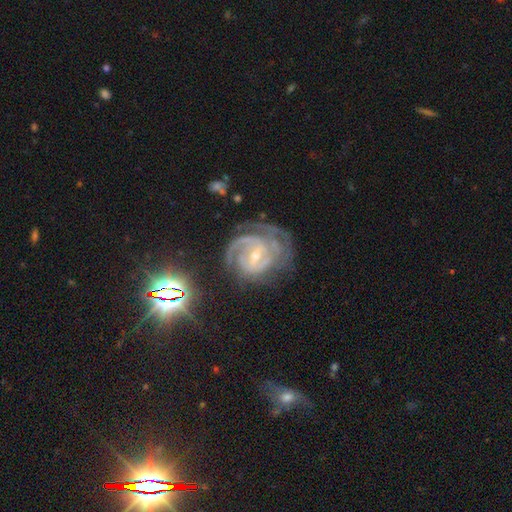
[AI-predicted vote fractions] featured or disk 88%, star or artifact 7%, smooth 5%. Down the decision tree: edge-on disk — no (97%); bar — weak (49%); spiral arms — yes (97%); spiral arm count — 2 (33%); spiral winding — tight (59%); bulge size — small (66%); merging — none (60%).